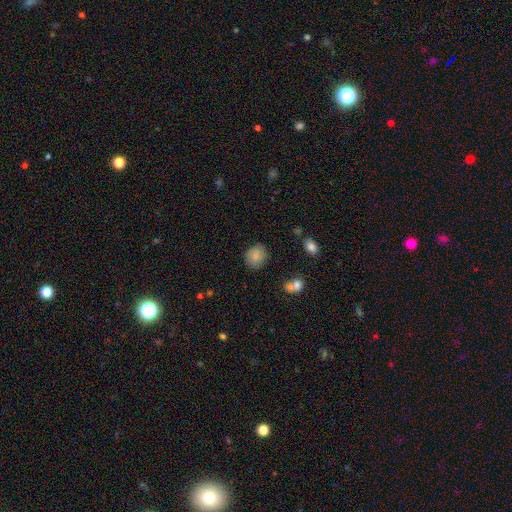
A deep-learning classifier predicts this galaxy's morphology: Overall: smooth (84%). How rounded: round (73%). Merging: none (80%).